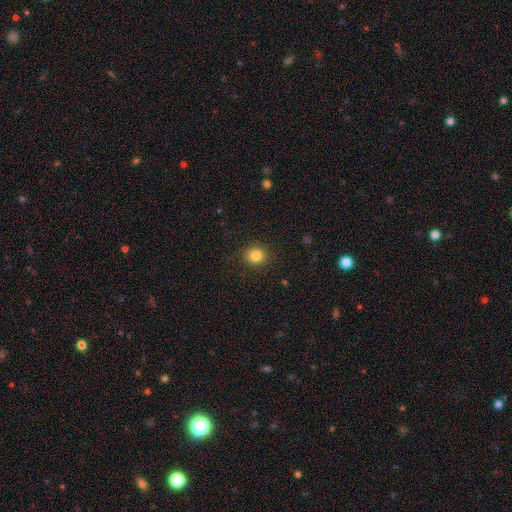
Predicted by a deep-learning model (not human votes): A smooth galaxy with no disk features (83%) that is round (87%). Merging: none (90%).